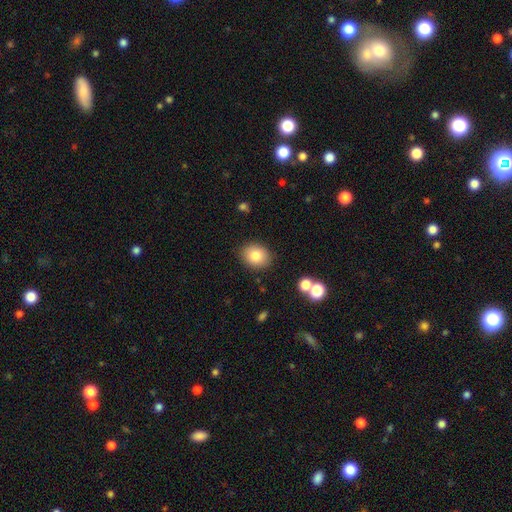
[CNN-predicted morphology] Smooth or featured: smooth — 81% (star or artifact — 10%)
How rounded: round — 55% (in between — 44%)
Merging: none — 87% (minor disturbance — 9%)